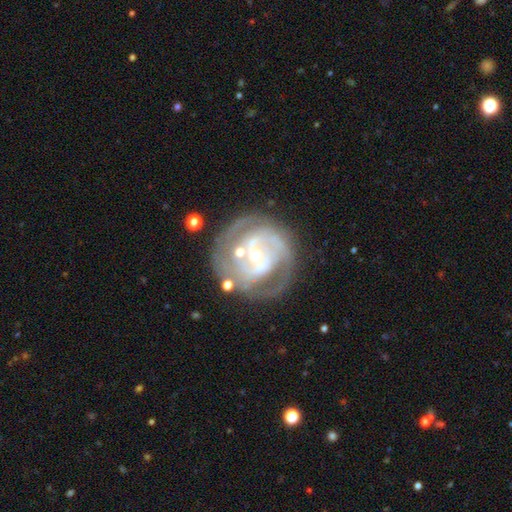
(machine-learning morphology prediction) This is clearly a featured or disk galaxy (84%). It is clearly not viewed edge-on (97%). Bar: possibly no (58%). Spiral arm pattern: clearly yes (91%). Spiral arm count: marginally 2 (38%). Spiral winding: possibly tight (60%). Central bulge: possibly small (58%). Merging: likely none (64%).